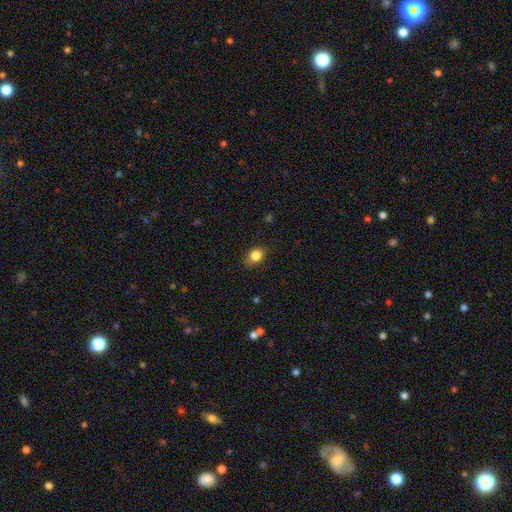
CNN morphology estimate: Q: Smooth or featured?
A: smooth (84%); runner-up: star or artifact (10%)
Q: How rounded?
A: in between (61%); runner-up: round (37%)
Q: Merging?
A: none (79%); runner-up: minor disturbance (17%)